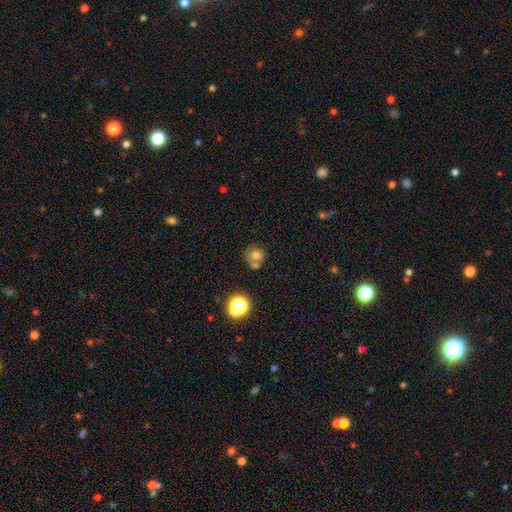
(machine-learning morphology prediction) This is likely a smooth galaxy (69%). How rounded: clearly round (80%). Merging: possibly none (48%).